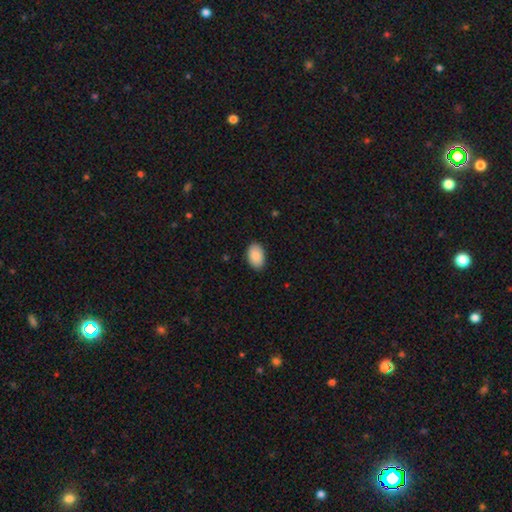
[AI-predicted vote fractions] Q: Smooth or featured?
A: smooth (90%); runner-up: star or artifact (6%)
Q: How rounded?
A: in between (90%); runner-up: round (9%)
Q: Merging?
A: none (89%); runner-up: minor disturbance (9%)